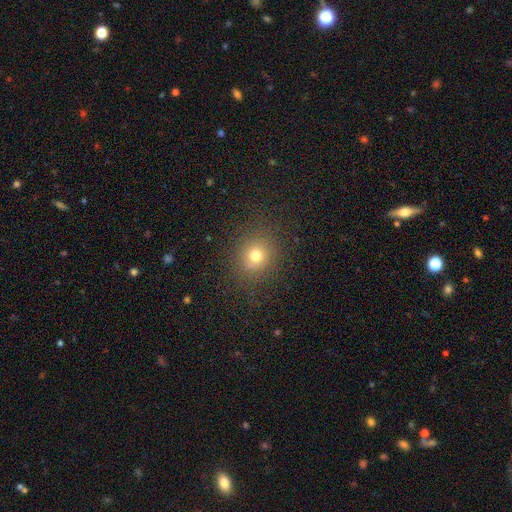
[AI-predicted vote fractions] The model was most divided on "smooth or featured": smooth: 72%, star or artifact: 18%, featured or disk: 10%. More confident: merging — none (84%); how rounded — round (82%).